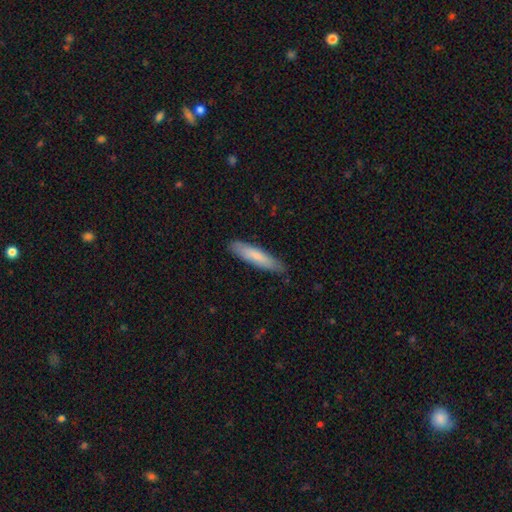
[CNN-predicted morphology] smooth 76%, featured or disk 19%, star or artifact 5%. Down the decision tree: how rounded — cigar-shaped (85%); merging — none (84%).